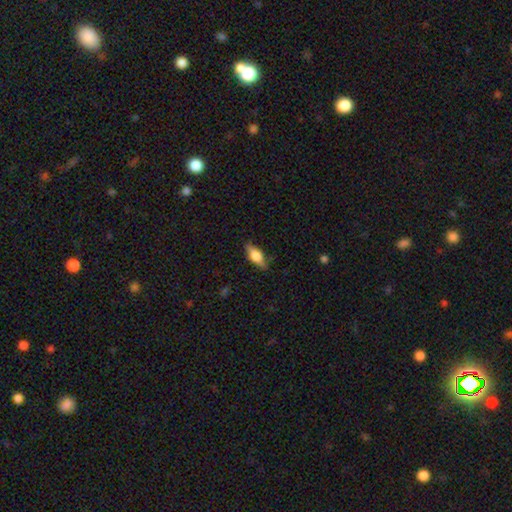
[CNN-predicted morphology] type=smooth (63%); roundness=in between (73%); merging=none (81%).